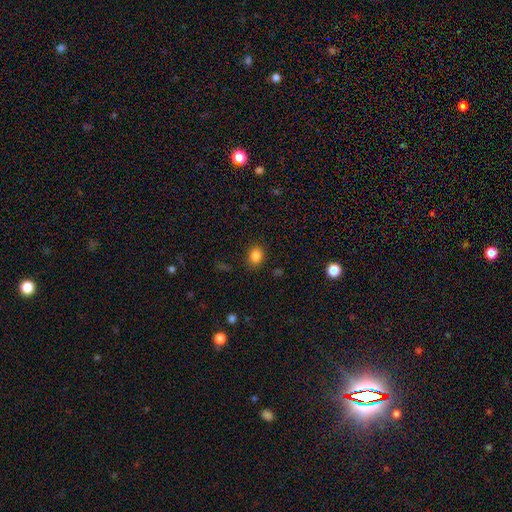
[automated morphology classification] Overall: smooth (84%). How rounded: round (50%; in between 49%). Merging: none (86%).